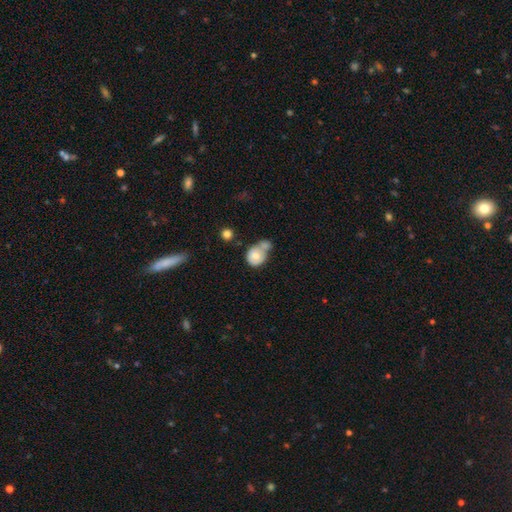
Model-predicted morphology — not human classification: Overall: smooth (63%; featured or disk 30%). How rounded: round (62%; in between 36%). Merging: merger (49%; none 25%).